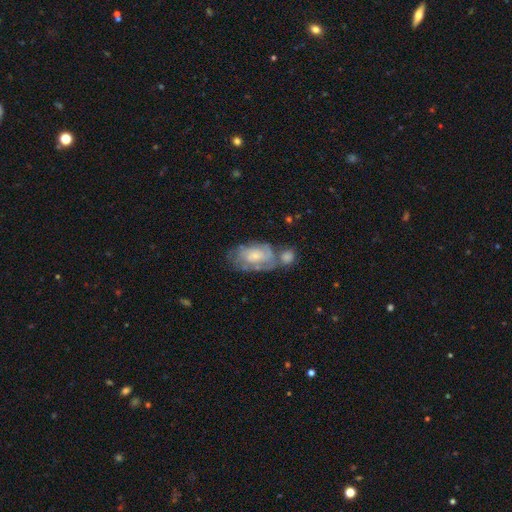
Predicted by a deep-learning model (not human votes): Smooth or featured? featured or disk (62%)
Edge-on disk? no (95%)
Bar? no (74%)
Spiral arms? yes (75%)
Bulge size? small (60%)
Merging? none (37%)